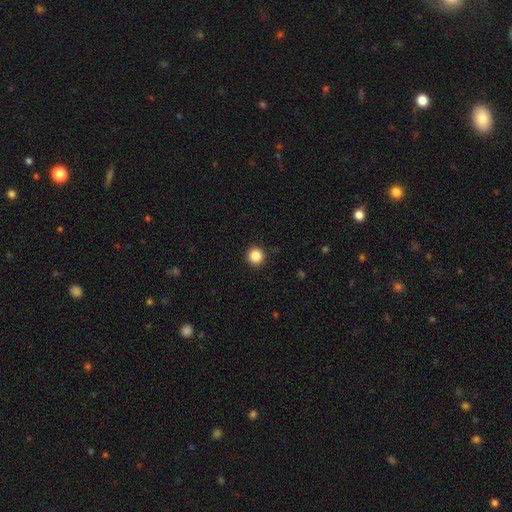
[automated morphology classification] Smooth or featured? smooth (86%)
How rounded? round (94%)
Merging? none (92%)